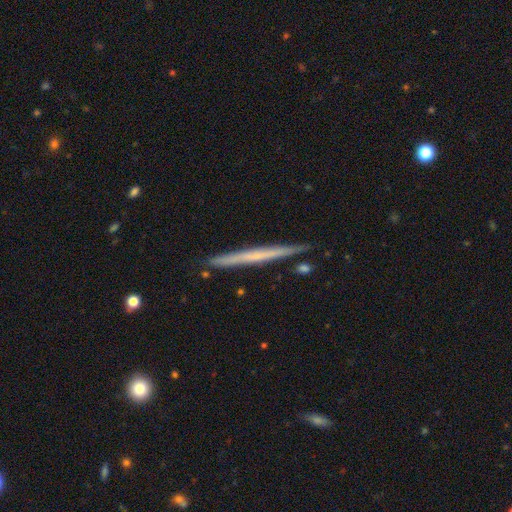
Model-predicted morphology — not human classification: Smooth or featured? Predicted: featured or disk (p=0.52). Edge-on disk? Predicted: yes (p=0.97). Edge-on bulge? Predicted: none (p=0.89). Merging? Predicted: none (p=0.90).